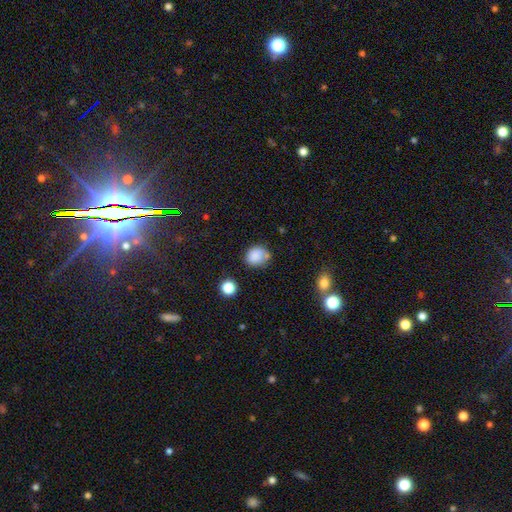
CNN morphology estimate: Overall: smooth (83%). How rounded: round (63%; in between 36%). Merging: none (61%; minor disturbance 24%).